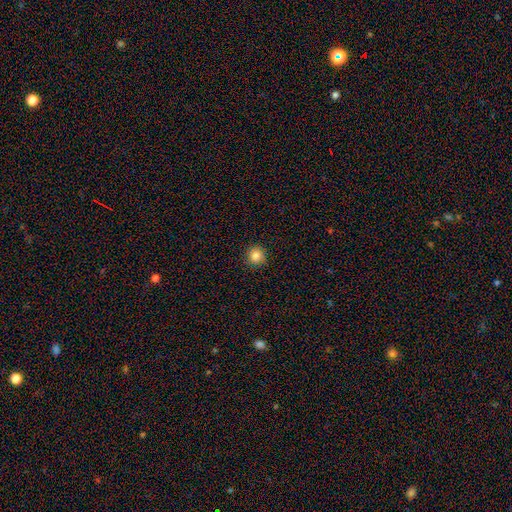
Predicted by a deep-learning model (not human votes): smooth-or-featured: smooth: 85% | star or artifact: 11% | featured or disk: 4%
  how-rounded: round: 93% | in between: 6% | cigar-shaped: 1%
  merging: none: 91% | minor disturbance: 6% | major disturbance: 2% | merger: 1%